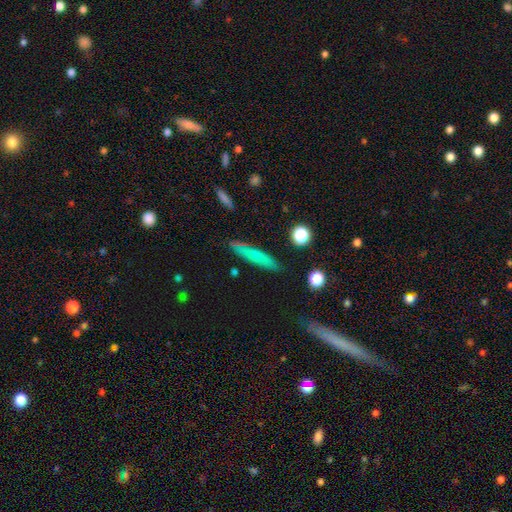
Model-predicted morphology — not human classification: smooth-or-featured: smooth: 59% | featured or disk: 32% | star or artifact: 9%
  how-rounded: cigar-shaped: 83% | in between: 14% | round: 3%
  merging: none: 83% | minor disturbance: 13% | major disturbance: 3% | merger: 2%